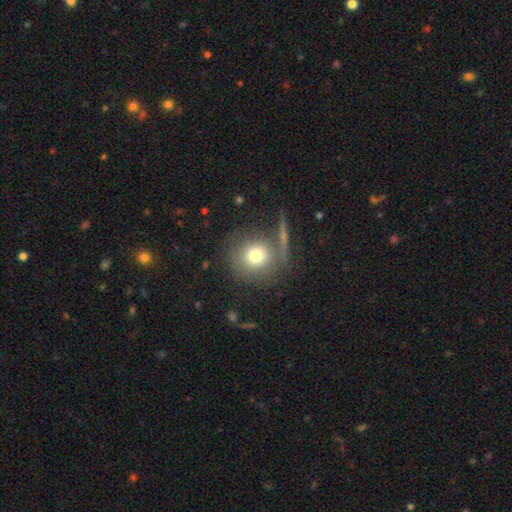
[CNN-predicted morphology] Q: Smooth or featured?
A: smooth (75%); runner-up: featured or disk (14%)
Q: How rounded?
A: round (91%); runner-up: in between (8%)
Q: Merging?
A: none (76%); runner-up: minor disturbance (11%)